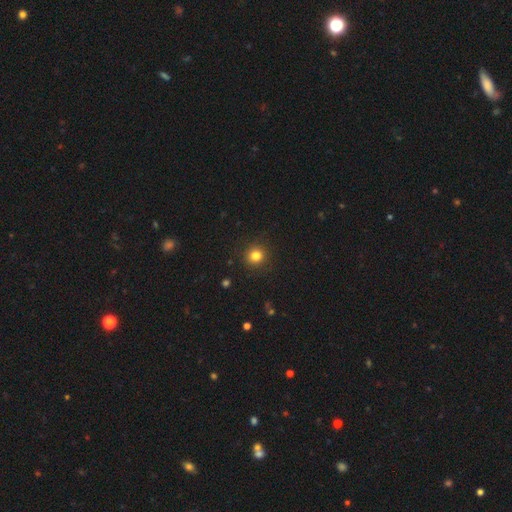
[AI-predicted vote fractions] smooth-or-featured: smooth: 82% | star or artifact: 13% | featured or disk: 5%
  how-rounded: round: 90% | in between: 9% | cigar-shaped: 1%
  merging: none: 90% | minor disturbance: 7% | major disturbance: 2% | merger: 1%